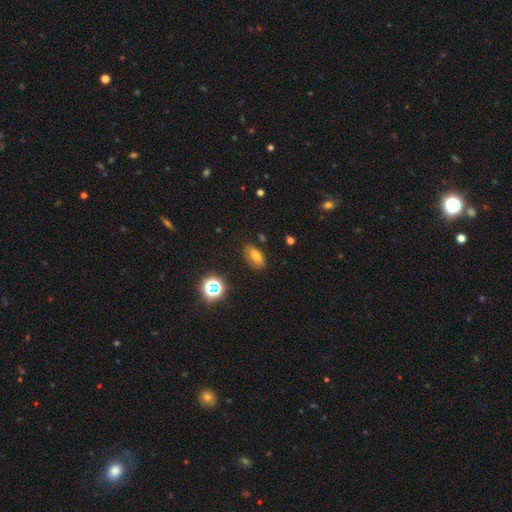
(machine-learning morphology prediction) Smooth or featured? Predicted: smooth (p=0.70). How rounded? Predicted: in between (p=0.87). Merging? Predicted: none (p=0.82).